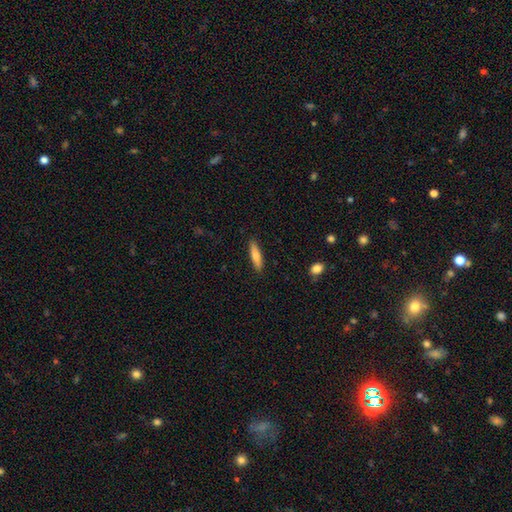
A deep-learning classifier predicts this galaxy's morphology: Smooth or featured: smooth — 73% (featured or disk — 21%)
How rounded: cigar-shaped — 76% (in between — 22%)
Merging: none — 89% (minor disturbance — 8%)